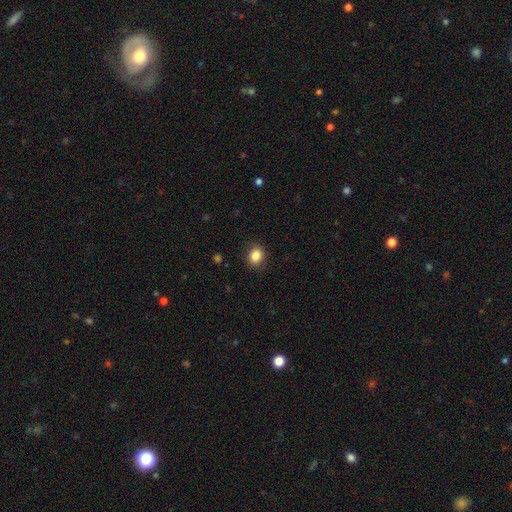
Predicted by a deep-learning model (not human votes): Overall: smooth (85%). How rounded: round (63%; in between 36%). Merging: none (89%).